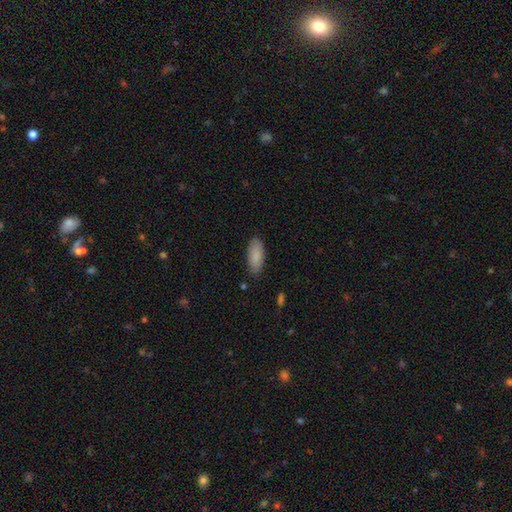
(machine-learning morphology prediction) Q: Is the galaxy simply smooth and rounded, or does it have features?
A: smooth — 88%.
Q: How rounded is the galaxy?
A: in between — 85%.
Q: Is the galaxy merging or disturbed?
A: none — 84%.